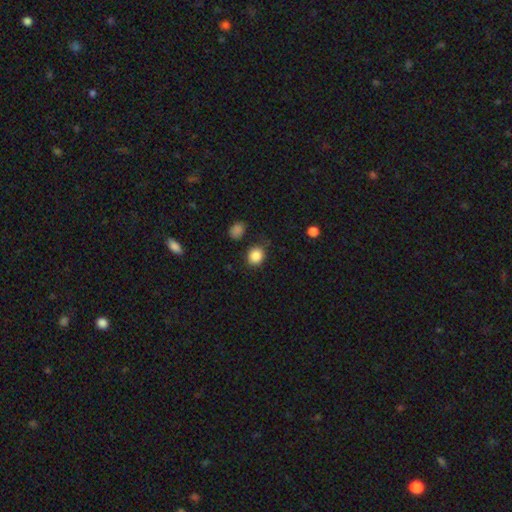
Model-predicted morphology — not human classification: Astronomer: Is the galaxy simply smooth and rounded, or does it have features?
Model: smooth — 87%.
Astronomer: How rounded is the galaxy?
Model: round — 73%.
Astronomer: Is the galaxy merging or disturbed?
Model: none — 80%.